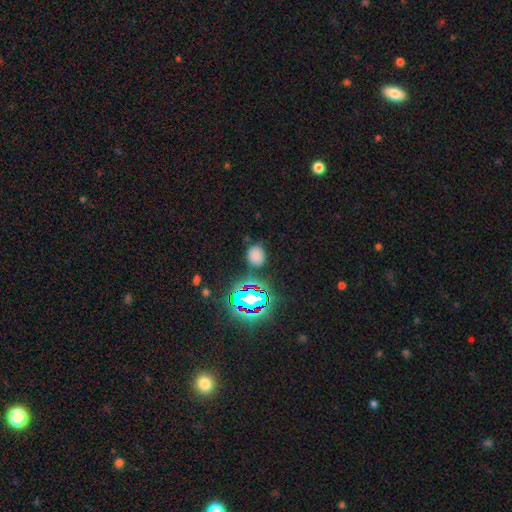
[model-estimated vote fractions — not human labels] Morphology: type=smooth (68%); roundness=round (64%); merging=none (80%).